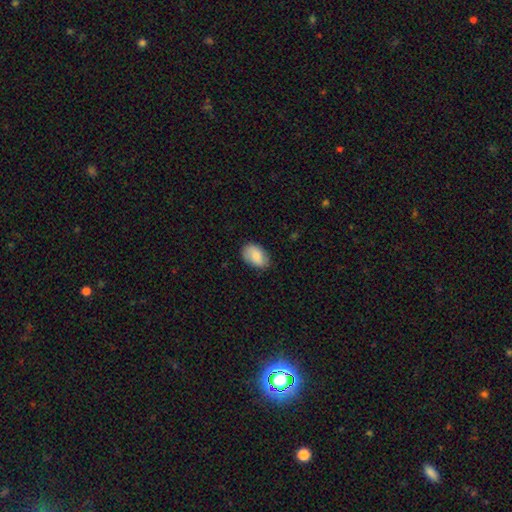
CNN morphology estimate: Smooth or featured?
  - smooth: 85% *
  - featured or disk: 9%
  - star or artifact: 6%
How rounded?
  - in between: 88% *
  - round: 10%
  - cigar-shaped: 1%
Merging?
  - none: 79% *
  - minor disturbance: 17%
  - major disturbance: 3%
  - merger: 1%